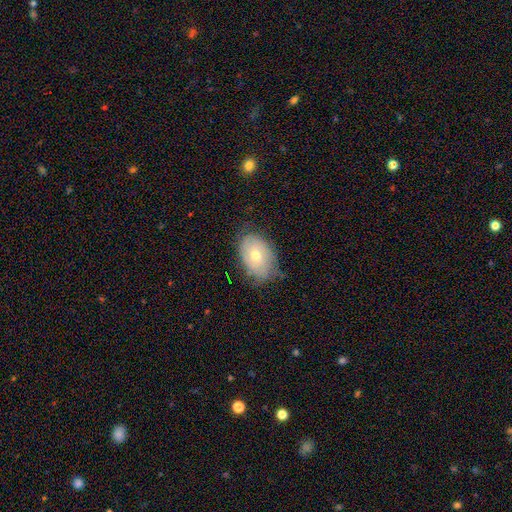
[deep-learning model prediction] A smooth galaxy with no disk features (49%).

Vote fractions:
- Smooth or featured? smooth: 49% / featured or disk: 43% / star or artifact: 8%
- Merging? none: 63% / minor disturbance: 28% / major disturbance: 7% / merger: 1%